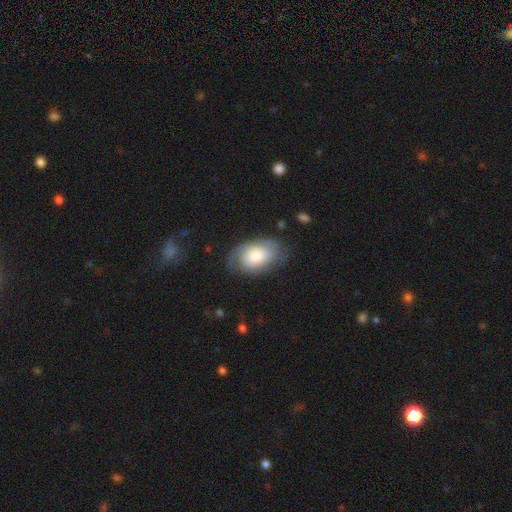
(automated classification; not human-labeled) Morphology: type=smooth (53%); roundness=in between (90%); merging=none (68%).